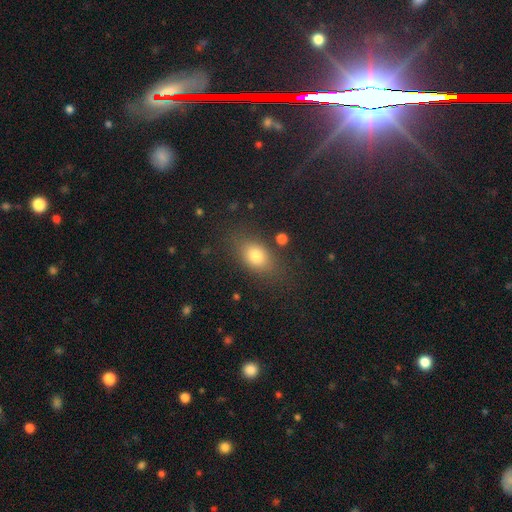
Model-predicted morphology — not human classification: The model was most divided on "how rounded": in between: 74%, round: 22%, cigar-shaped: 4%. More confident: merging — none (79%); smooth or featured — smooth (77%).